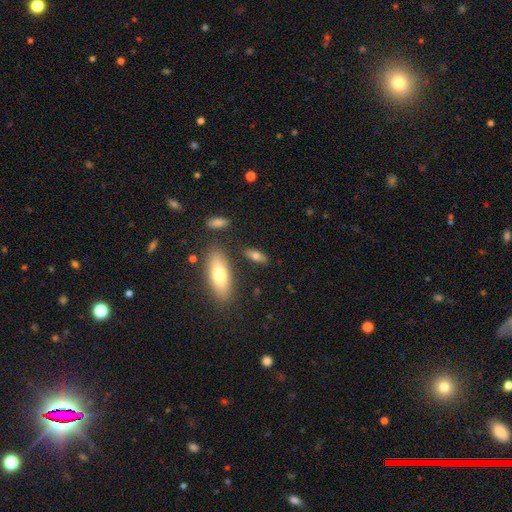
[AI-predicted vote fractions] smooth_or_featured: smooth (p=0.70) [alt: featured or disk p=0.21]
how_rounded: in between (p=0.66) [alt: cigar-shaped p=0.29]
merging: none (p=0.78) [alt: minor disturbance p=0.12]